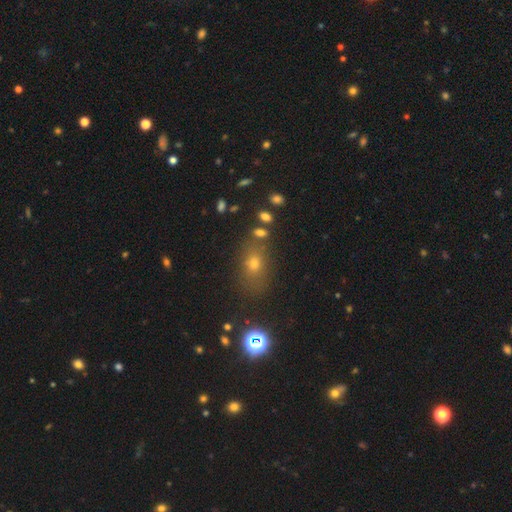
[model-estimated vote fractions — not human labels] Smooth or featured?
  - smooth: 53% *
  - star or artifact: 34%
  - featured or disk: 13%
How rounded?
  - in between: 52% *
  - round: 44%
  - cigar-shaped: 4%
Merging?
  - none: 74% *
  - minor disturbance: 11%
  - merger: 10%
  - major disturbance: 5%